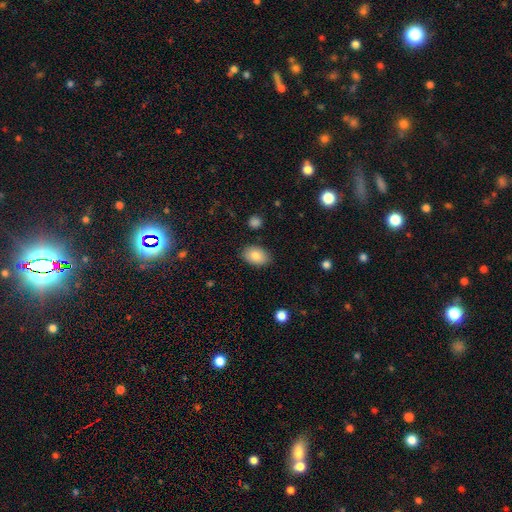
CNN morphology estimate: Smooth or featured? Predicted: smooth (p=0.85). How rounded? Predicted: in between (p=0.86). Merging? Predicted: none (p=0.85).